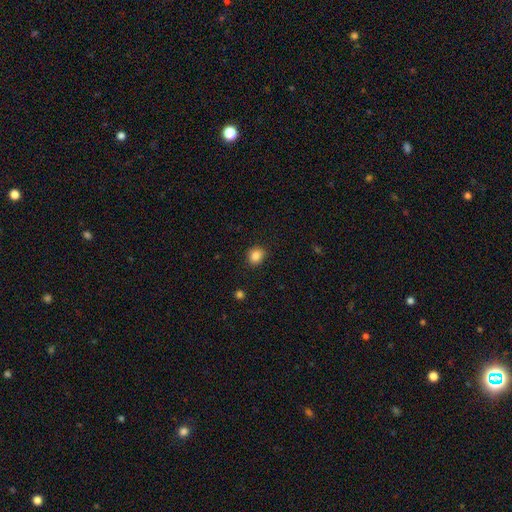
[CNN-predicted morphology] The model was most divided on "how rounded": round: 73%, in between: 26%, cigar-shaped: 1%. More confident: merging — none (87%); smooth or featured — smooth (86%).